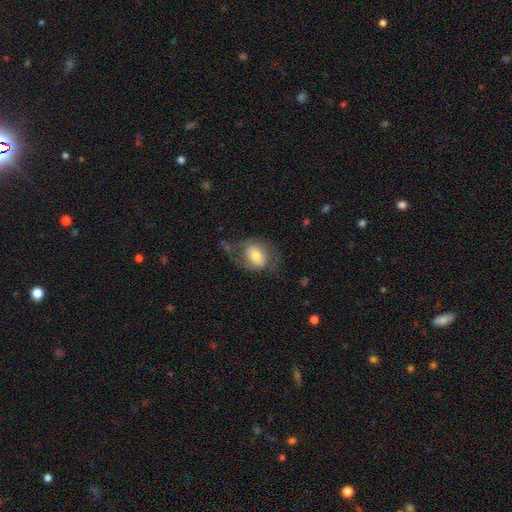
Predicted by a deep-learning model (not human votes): Smooth or featured? smooth (48%)
Merging? none (48%)